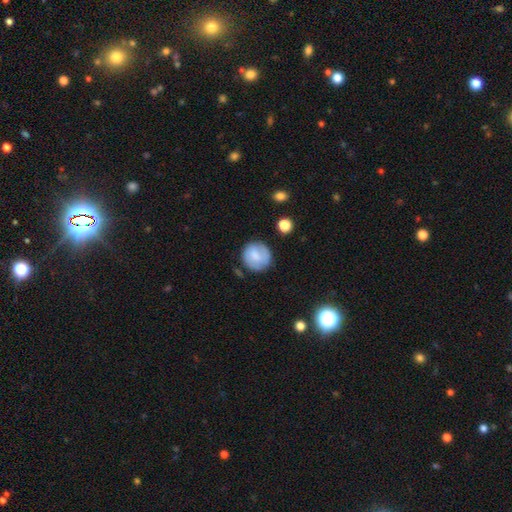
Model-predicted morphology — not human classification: Smooth or featured: smooth — 69% (featured or disk — 24%)
How rounded: round — 90% (in between — 9%)
Merging: none — 77% (minor disturbance — 16%)